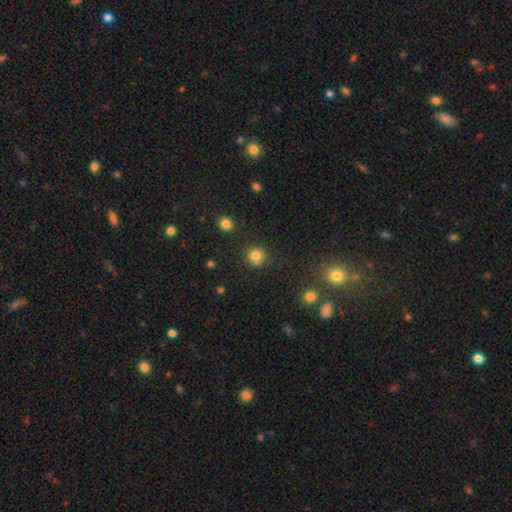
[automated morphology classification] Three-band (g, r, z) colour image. It shows a smooth galaxy with no disk features (80%) that is round (90%). Merging: none (78%).